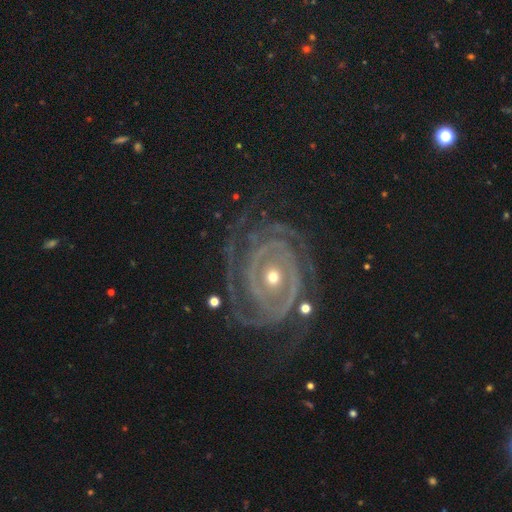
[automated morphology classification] type=featured or disk (90%); edge-on=no (97%); bar=no (60%); spiral arms=yes (98%); winding=tight (83%); arm count=2 (38%); bulge=small (51%); merging=none (71%).